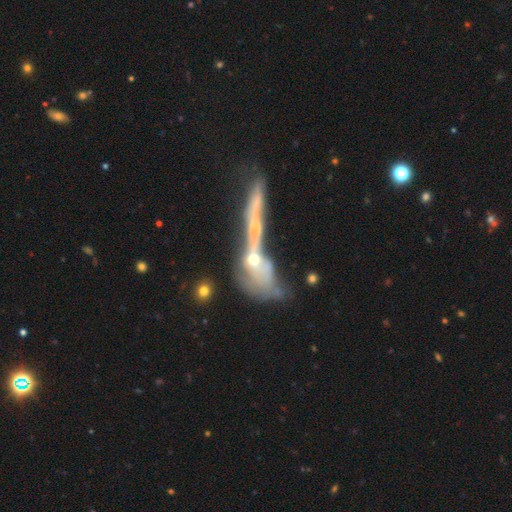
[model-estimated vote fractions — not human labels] smooth_or_featured: featured or disk (p=0.60) [alt: smooth p=0.28]
disk_edge_on: yes (p=0.51) [alt: no p=0.49]
merging: merger (p=0.57) [alt: none p=0.22]